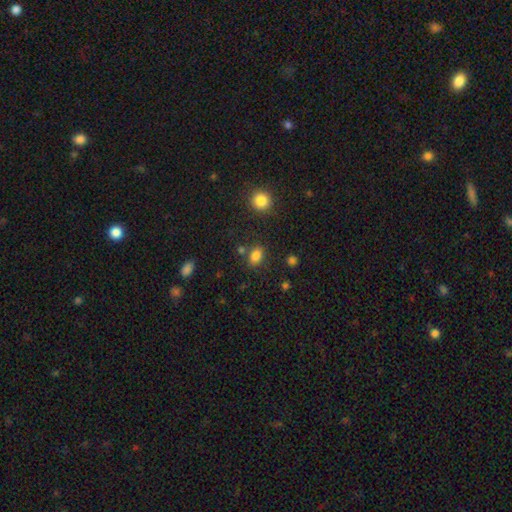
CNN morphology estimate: A smooth galaxy with no disk features (83%) that is in between round and cigar-shaped (76%). Merging: none (76%).